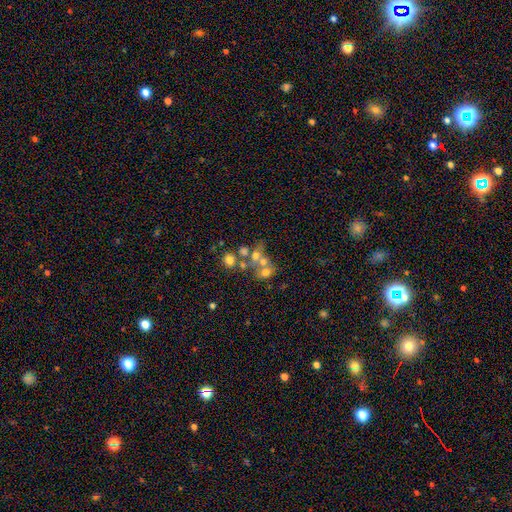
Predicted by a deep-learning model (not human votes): This is possibly a smooth galaxy (48%). Merging: possibly merger (47%).